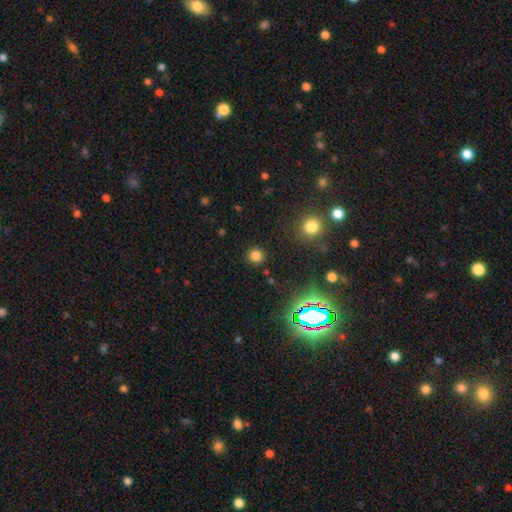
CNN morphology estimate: Smooth or featured? smooth (77%)
How rounded? round (92%)
Merging? none (89%)